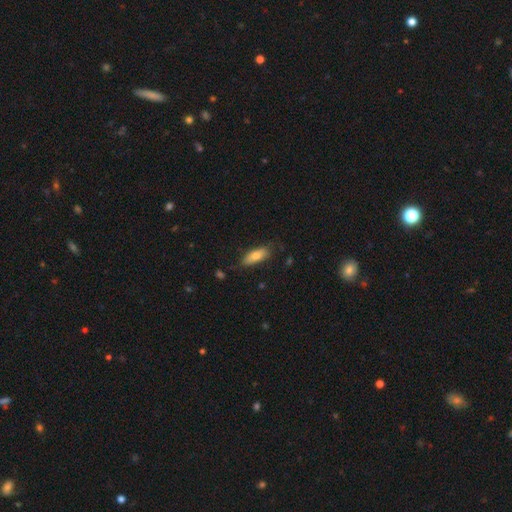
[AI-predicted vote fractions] A smooth galaxy with no disk features (75%) that is in between round and cigar-shaped (70%). Merging: none (76%).